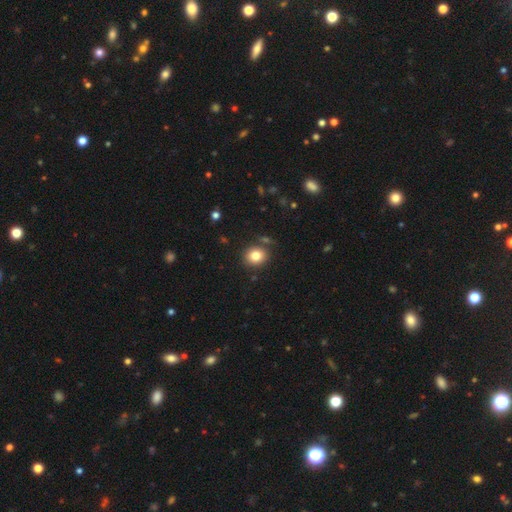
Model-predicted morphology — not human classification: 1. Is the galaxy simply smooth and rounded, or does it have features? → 81% smooth, 11% star or artifact, 8% featured or disk.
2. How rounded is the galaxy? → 75% round, 25% in between, 1% cigar-shaped.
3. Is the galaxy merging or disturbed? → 83% none, 9% minor disturbance, 5% merger, 3% major disturbance.